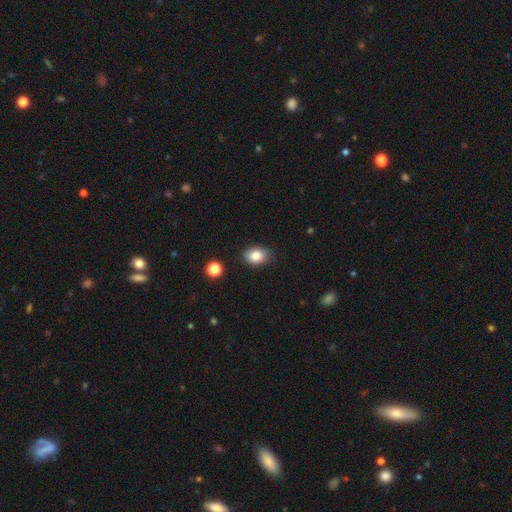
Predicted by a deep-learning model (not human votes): Smooth or featured?
  - smooth: 85% *
  - star or artifact: 9%
  - featured or disk: 6%
How rounded?
  - in between: 70% *
  - round: 29%
  - cigar-shaped: 1%
Merging?
  - none: 82% *
  - minor disturbance: 13%
  - major disturbance: 3%
  - merger: 2%